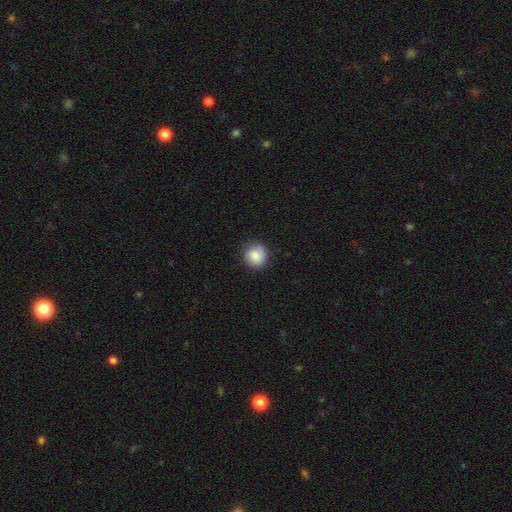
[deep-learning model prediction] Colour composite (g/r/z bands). It shows a smooth galaxy with no disk features (84%) that is round (87%). Merging: none (84%).